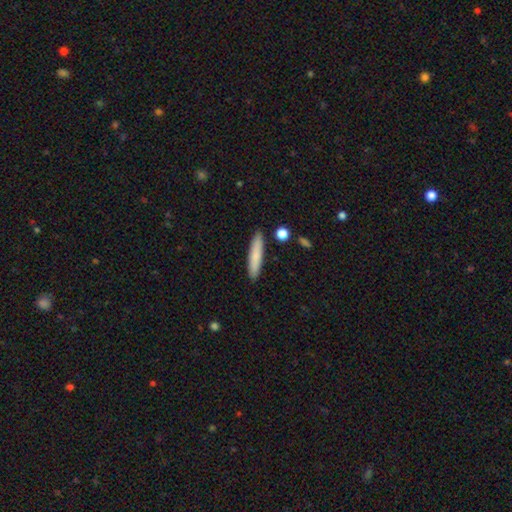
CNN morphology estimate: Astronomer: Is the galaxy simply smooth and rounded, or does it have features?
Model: smooth — 78%.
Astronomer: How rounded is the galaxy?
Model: cigar-shaped — 88%.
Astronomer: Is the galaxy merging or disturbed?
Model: none — 89%.